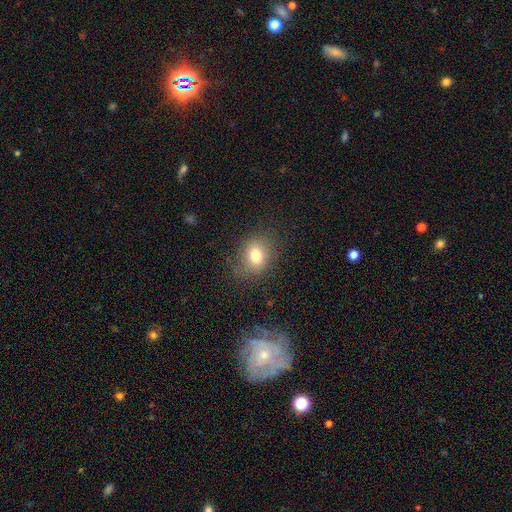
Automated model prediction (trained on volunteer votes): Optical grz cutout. It shows a smooth galaxy with no disk features (76%) that is round (54%). Merging: none (78%).